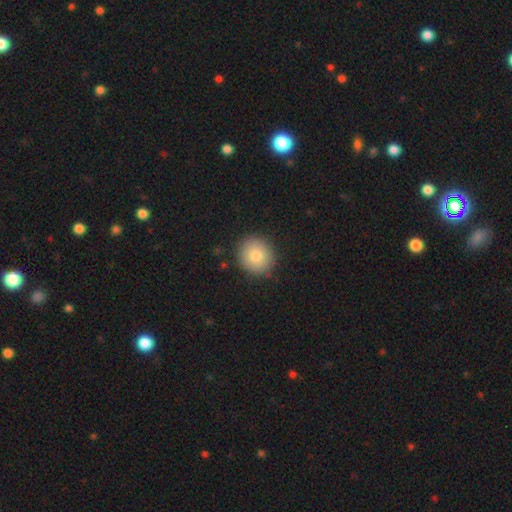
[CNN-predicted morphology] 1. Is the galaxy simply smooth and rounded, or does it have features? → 80% smooth, 11% featured or disk, 9% star or artifact.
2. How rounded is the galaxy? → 84% round, 15% in between, 1% cigar-shaped.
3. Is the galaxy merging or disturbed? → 89% none, 8% minor disturbance, 2% major disturbance, 1% merger.